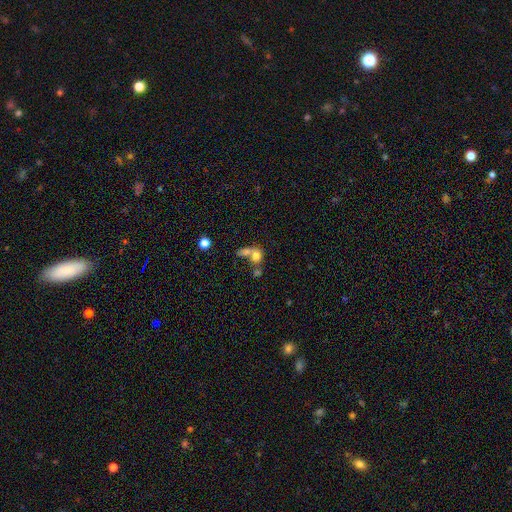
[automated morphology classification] The model was most divided on "how rounded": round: 60%, in between: 38%, cigar-shaped: 2%. More confident: smooth or featured — smooth (72%); merging — merger (59%).